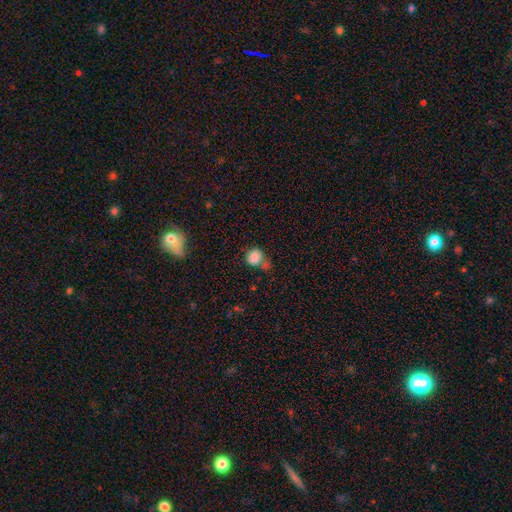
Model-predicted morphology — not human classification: Smooth or featured: smooth — 84% (star or artifact — 10%)
How rounded: round — 65% (in between — 33%)
Merging: none — 44% (merger — 26%)